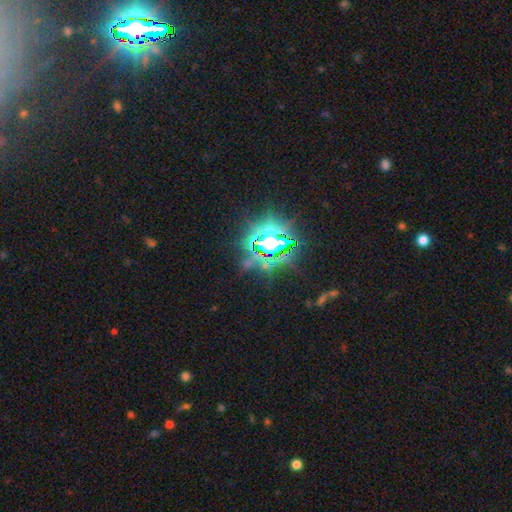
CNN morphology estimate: A star or artifact, not a galaxy (83%).

Vote fractions:
- Smooth or featured? star or artifact: 83% / smooth: 10% / featured or disk: 7%